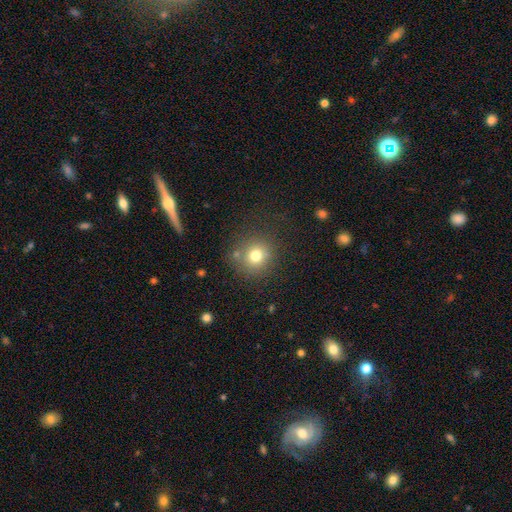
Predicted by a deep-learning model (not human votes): Smooth or featured: smooth — 75% (star or artifact — 15%)
How rounded: round — 91% (in between — 8%)
Merging: none — 78% (minor disturbance — 11%)